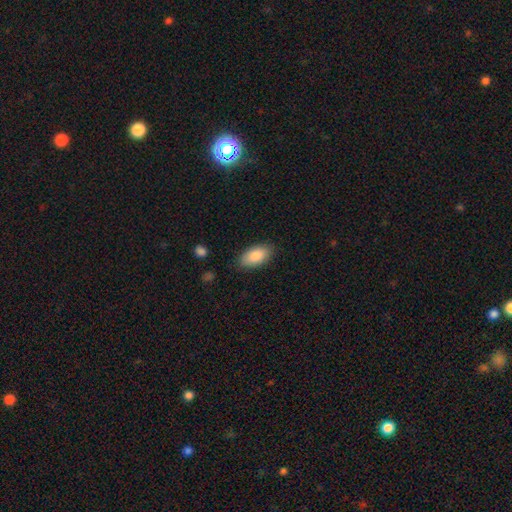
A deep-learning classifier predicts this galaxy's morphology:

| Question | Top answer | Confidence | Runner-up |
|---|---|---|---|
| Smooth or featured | smooth | 85% | featured or disk (8%) |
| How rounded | in between | 93% | cigar-shaped (4%) |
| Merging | none | 85% | minor disturbance (11%) |